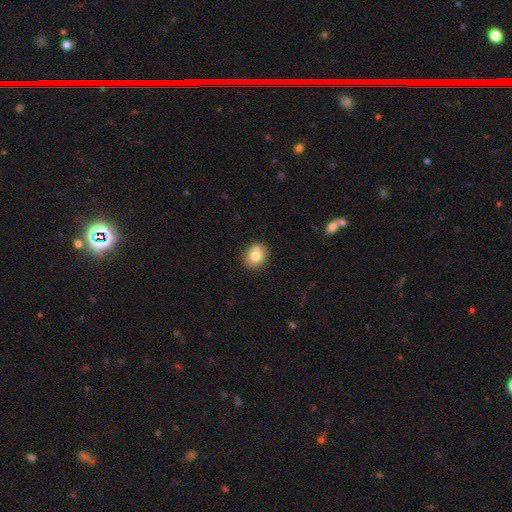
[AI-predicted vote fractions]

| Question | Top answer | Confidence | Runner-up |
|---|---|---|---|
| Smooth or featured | smooth | 76% | featured or disk (14%) |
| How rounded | round | 66% | in between (33%) |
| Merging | none | 77% | minor disturbance (13%) |